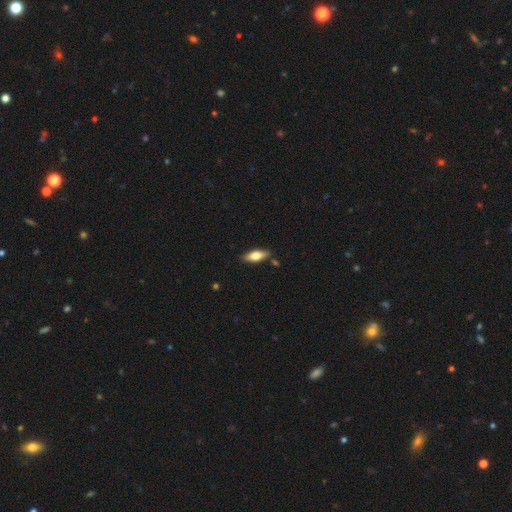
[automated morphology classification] smooth-or-featured: smooth: 62% | featured or disk: 32% | star or artifact: 6%
  how-rounded: in between: 67% | cigar-shaped: 30% | round: 3%
  merging: none: 85% | minor disturbance: 10% | merger: 3% | major disturbance: 2%